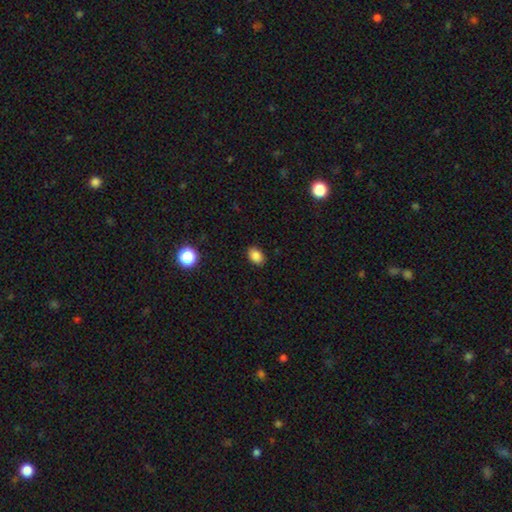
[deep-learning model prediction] Overall: smooth (86%). How rounded: in between (79%). Merging: none (88%).